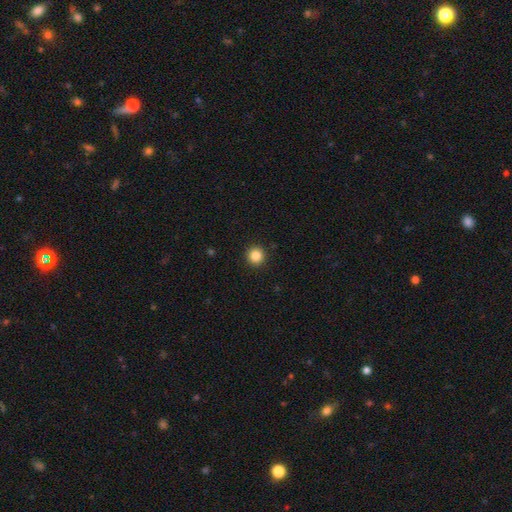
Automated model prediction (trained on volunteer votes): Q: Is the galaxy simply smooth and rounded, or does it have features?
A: smooth — 85%.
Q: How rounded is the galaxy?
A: round — 94%.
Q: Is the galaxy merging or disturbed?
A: none — 93%.